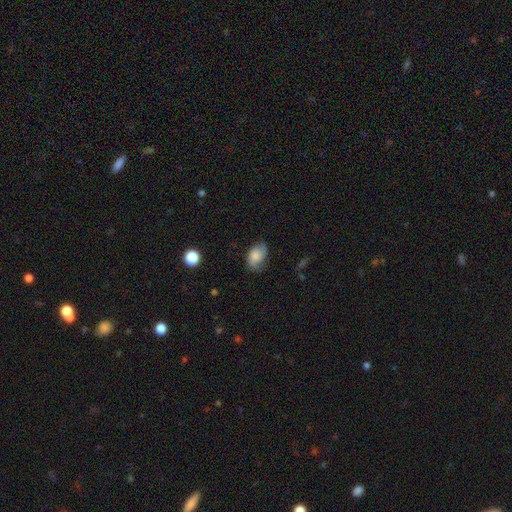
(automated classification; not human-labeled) A smooth galaxy with no disk features (73%) that is in between round and cigar-shaped (84%). Merging: none (63%).